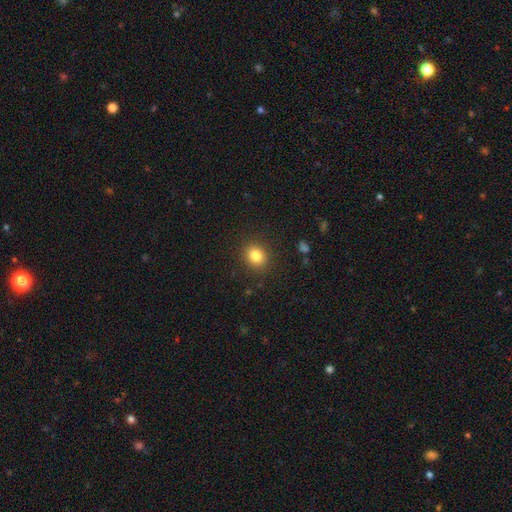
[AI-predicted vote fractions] smooth_or_featured: smooth (p=0.83) [alt: star or artifact p=0.11]
how_rounded: round (p=0.68) [alt: in between p=0.31]
merging: none (p=0.89) [alt: minor disturbance p=0.07]